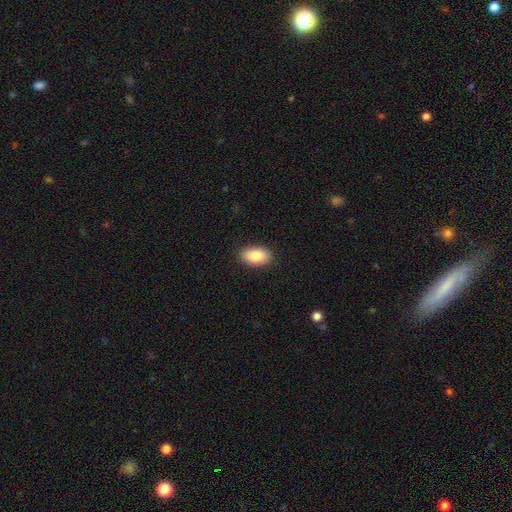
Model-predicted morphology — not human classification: Q: Smooth or featured?
A: smooth (88%); runner-up: star or artifact (6%)
Q: How rounded?
A: in between (94%); runner-up: round (5%)
Q: Merging?
A: none (89%); runner-up: minor disturbance (8%)